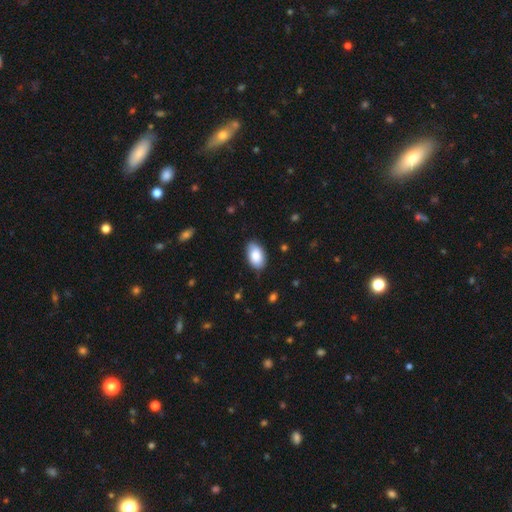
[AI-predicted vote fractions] Q: Smooth or featured?
A: smooth (83%); runner-up: featured or disk (10%)
Q: How rounded?
A: in between (94%); runner-up: round (5%)
Q: Merging?
A: none (82%); runner-up: minor disturbance (14%)